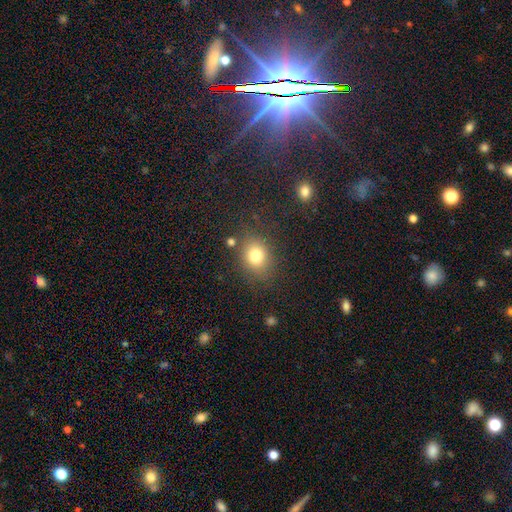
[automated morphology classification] This is likely a smooth galaxy (78%). How rounded: possibly round (55%). Merging: likely none (77%).